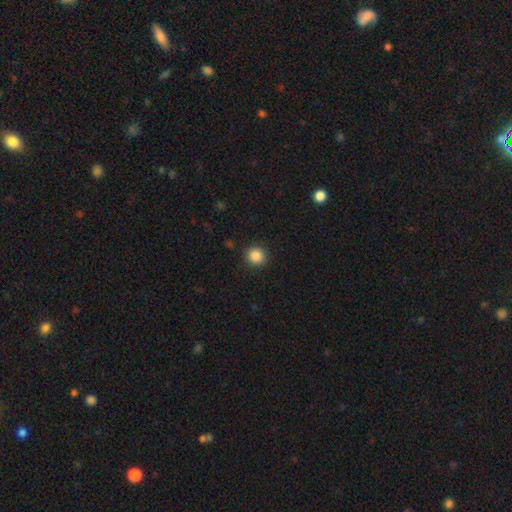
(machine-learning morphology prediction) Q: Smooth or featured?
A: smooth (87%); runner-up: star or artifact (10%)
Q: How rounded?
A: round (93%); runner-up: in between (6%)
Q: Merging?
A: none (91%); runner-up: minor disturbance (6%)